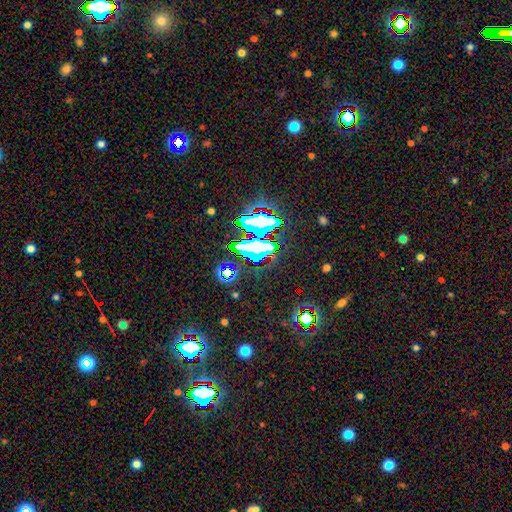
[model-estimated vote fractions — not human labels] Smooth or featured?
  - star or artifact: 70% *
  - smooth: 15%
  - featured or disk: 15%